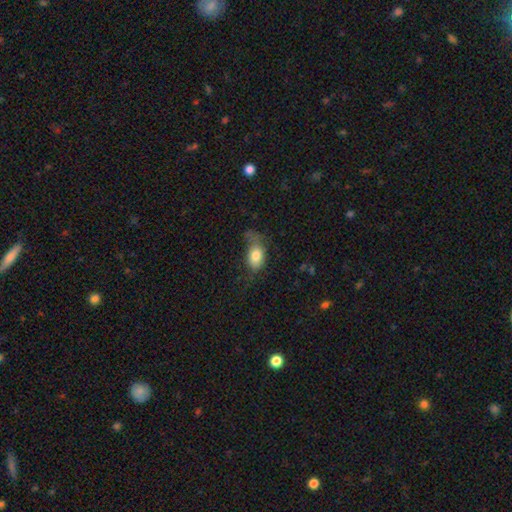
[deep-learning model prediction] Smooth or featured? smooth (80%)
How rounded? in between (87%)
Merging? none (35%)